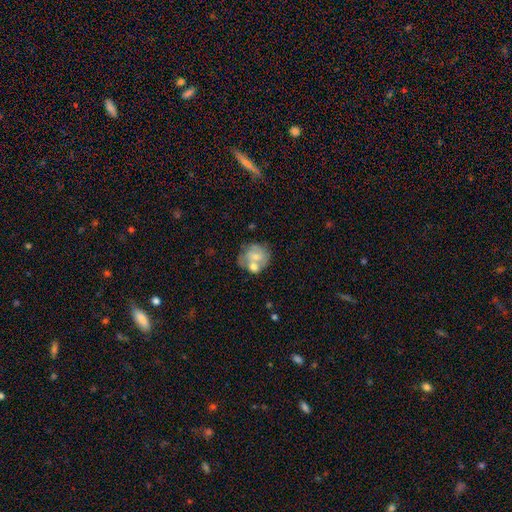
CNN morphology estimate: A smooth galaxy with no disk features (54%) that is round (72%). Merging: merger (44%).